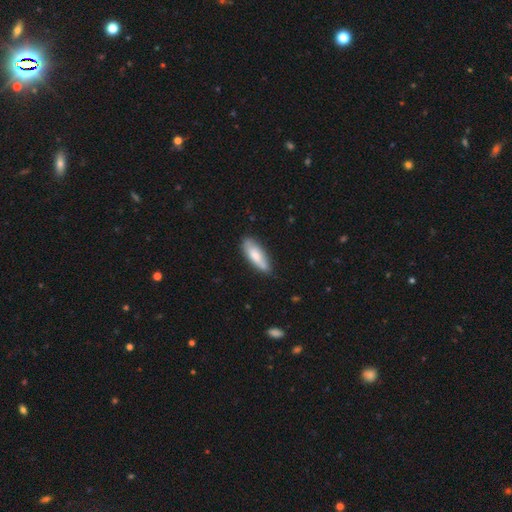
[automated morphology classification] smooth 74%, featured or disk 21%, star or artifact 6%. Down the decision tree: how rounded — in between (61%); merging — none (70%).